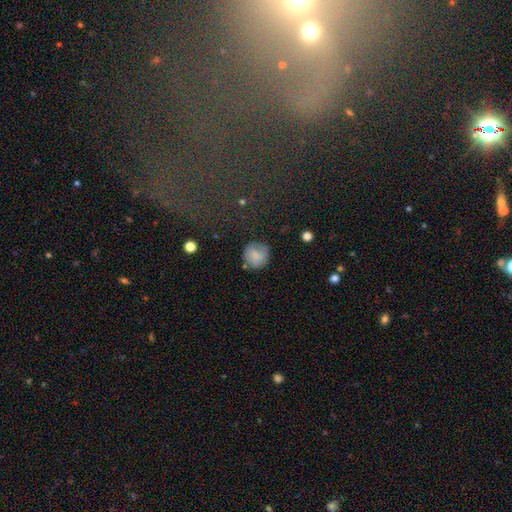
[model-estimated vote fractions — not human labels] A smooth galaxy with no disk features (76%) that is round (90%). Merging: none (73%).